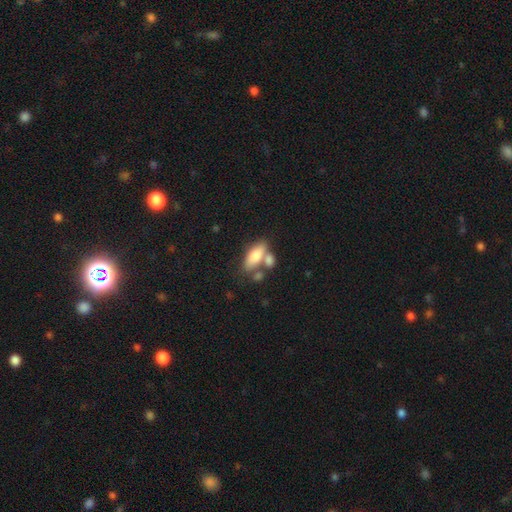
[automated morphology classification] This is likely a smooth galaxy (75%). How rounded: likely in between (77%). Merging: possibly none (45%).